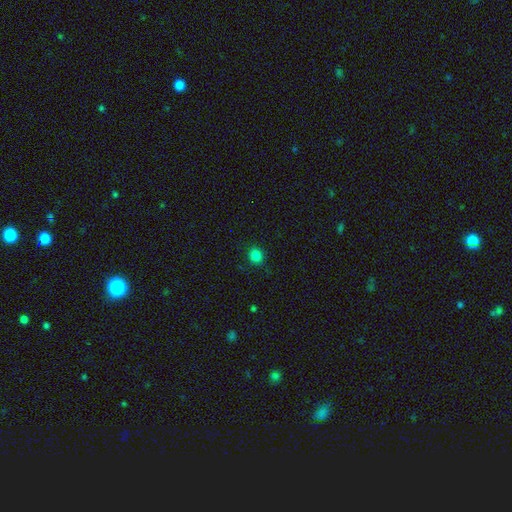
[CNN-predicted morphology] Smooth or featured? Predicted: smooth (p=0.84). How rounded? Predicted: round (p=0.73). Merging? Predicted: none (p=0.88).